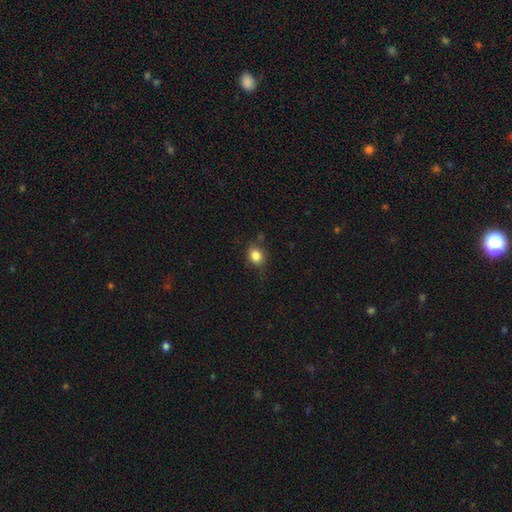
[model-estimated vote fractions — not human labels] smooth-or-featured: smooth: 84% | star or artifact: 10% | featured or disk: 6%
  how-rounded: round: 61% | in between: 38% | cigar-shaped: 1%
  merging: none: 71% | minor disturbance: 20% | major disturbance: 5% | merger: 3%